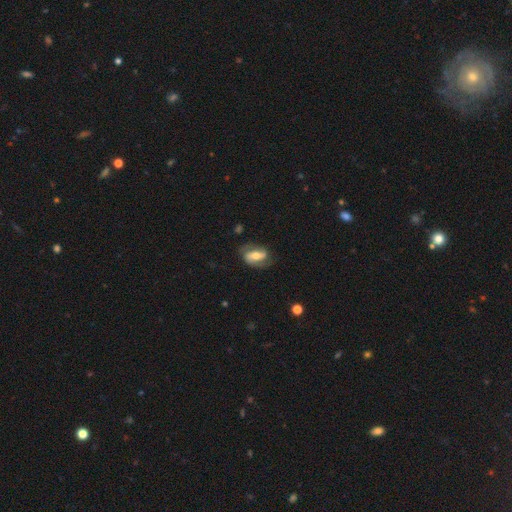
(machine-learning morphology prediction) Smooth or featured: featured or disk — 71% (smooth — 23%)
Edge-on disk: no — 94% (yes — 6%)
Bar: strong — 47% (weak — 32%)
Spiral arms: yes — 86% (no — 14%)
Spiral winding: medium — 43% (loose — 30%)
Spiral arm count: 2 — 84% (can't tell — 8%)
Bulge size: moderate — 62% (small — 27%)
Merging: none — 69% (minor disturbance — 19%)